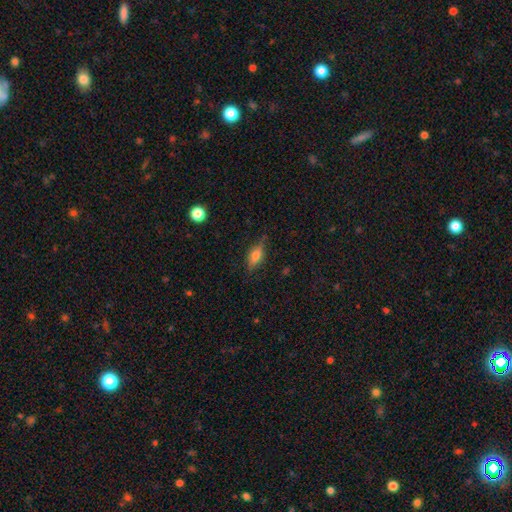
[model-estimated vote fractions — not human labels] smooth_or_featured: smooth (p=0.59) [alt: featured or disk p=0.32]
how_rounded: in between (p=0.73) [alt: cigar-shaped p=0.21]
merging: none (p=0.74) [alt: minor disturbance p=0.20]